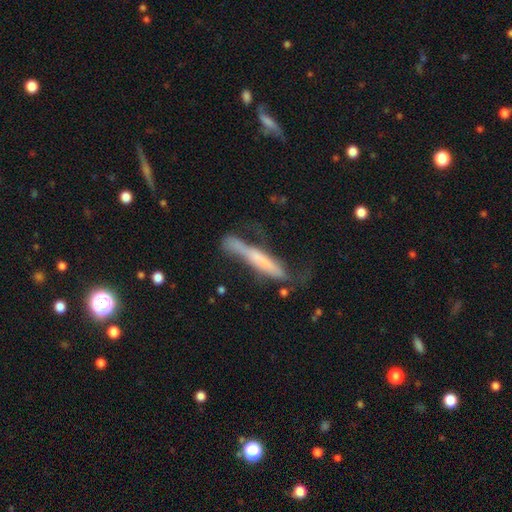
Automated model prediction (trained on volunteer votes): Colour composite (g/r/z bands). It shows a smooth galaxy with no disk features (49%). Merging: none (37%).